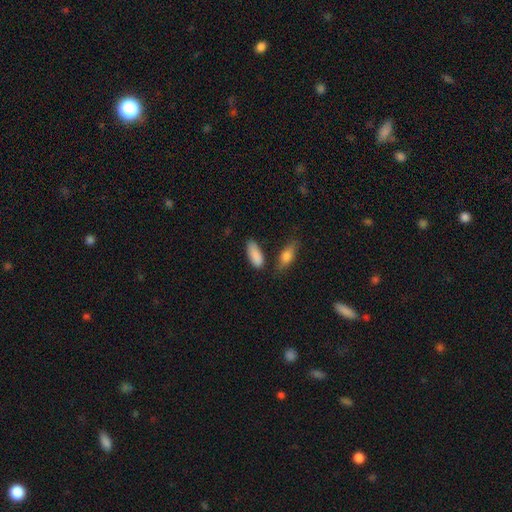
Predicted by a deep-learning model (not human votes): Smooth or featured? Predicted: smooth (p=0.88). How rounded? Predicted: in between (p=0.80). Merging? Predicted: none (p=0.68).